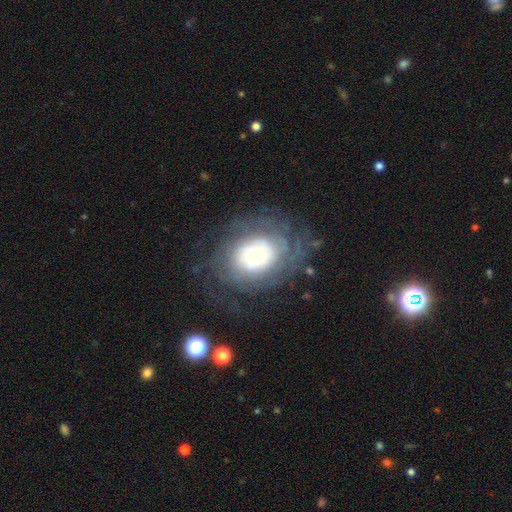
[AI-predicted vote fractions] Smooth or featured: featured or disk — 68% (smooth — 23%)
Edge-on disk: no — 97% (yes — 3%)
Bar: no — 81% (weak — 15%)
Spiral arms: yes — 79% (no — 21%)
Spiral winding: tight — 62% (medium — 24%)
Spiral arm count: can't tell — 56% (2 — 15%)
Bulge size: small — 46% (moderate — 30%)
Merging: none — 63% (major disturbance — 18%)